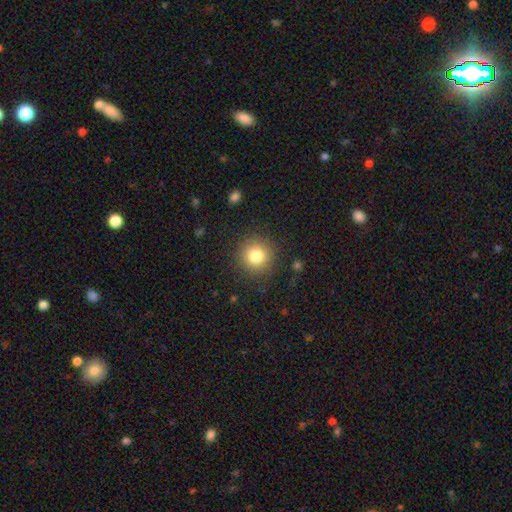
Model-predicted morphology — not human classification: This appears to be a smooth galaxy with no disk features (80%) that is round (94%). Merging: none (88%).